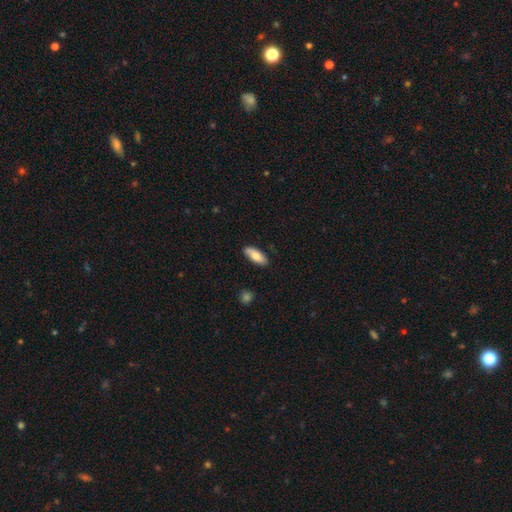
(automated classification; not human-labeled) Smooth or featured?
  - smooth: 77% *
  - featured or disk: 17%
  - star or artifact: 6%
How rounded?
  - in between: 78% *
  - cigar-shaped: 19%
  - round: 2%
Merging?
  - none: 82% *
  - minor disturbance: 14%
  - major disturbance: 2%
  - merger: 1%